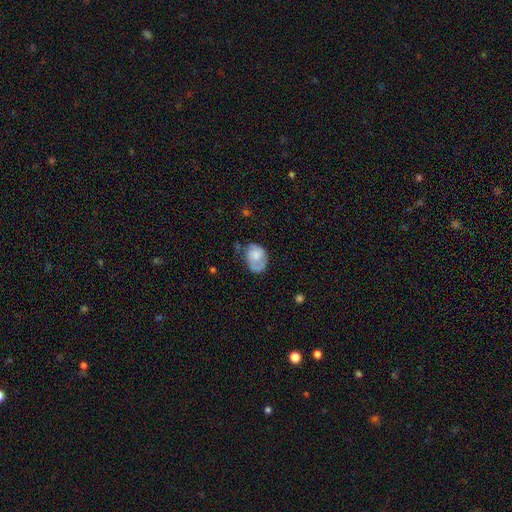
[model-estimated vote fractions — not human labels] Smooth or featured?
  - smooth: 58% *
  - featured or disk: 35%
  - star or artifact: 7%
How rounded?
  - in between: 71% *
  - round: 28%
  - cigar-shaped: 1%
Merging?
  - none: 43% *
  - minor disturbance: 33%
  - major disturbance: 20%
  - merger: 4%